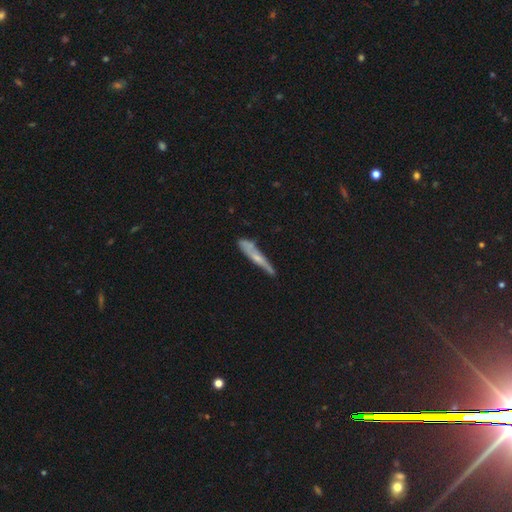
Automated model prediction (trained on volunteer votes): featured or disk 51%, smooth 41%, star or artifact 8%. Down the decision tree: edge-on disk — yes (77%); merging — none (59%).